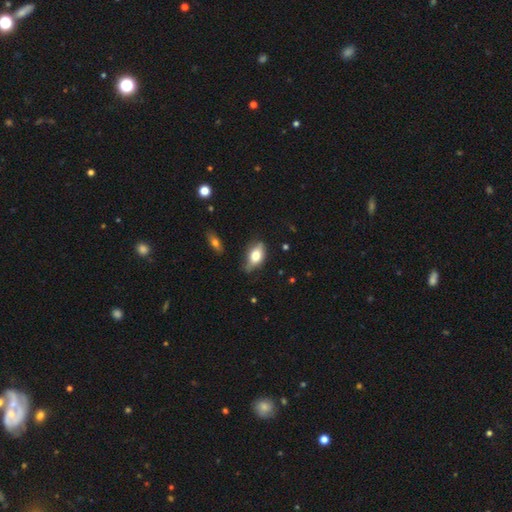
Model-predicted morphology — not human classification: smooth-or-featured: smooth: 69% | featured or disk: 23% | star or artifact: 8%
  how-rounded: in between: 88% | round: 6% | cigar-shaped: 6%
  merging: none: 58% | minor disturbance: 31% | major disturbance: 7% | merger: 3%